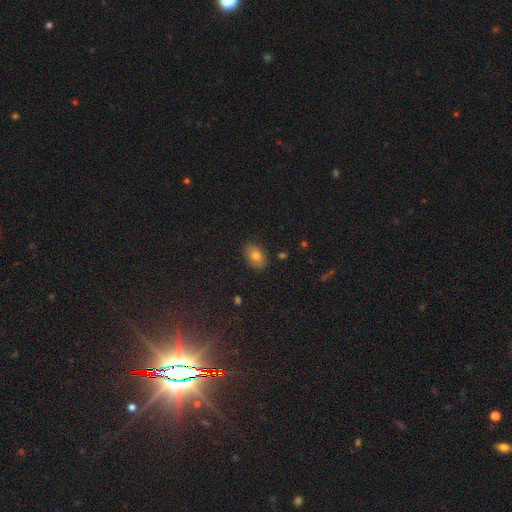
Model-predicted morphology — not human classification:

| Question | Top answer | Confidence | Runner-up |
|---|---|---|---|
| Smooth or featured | smooth | 75% | featured or disk (13%) |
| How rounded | in between | 82% | round (17%) |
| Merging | none | 83% | minor disturbance (13%) |